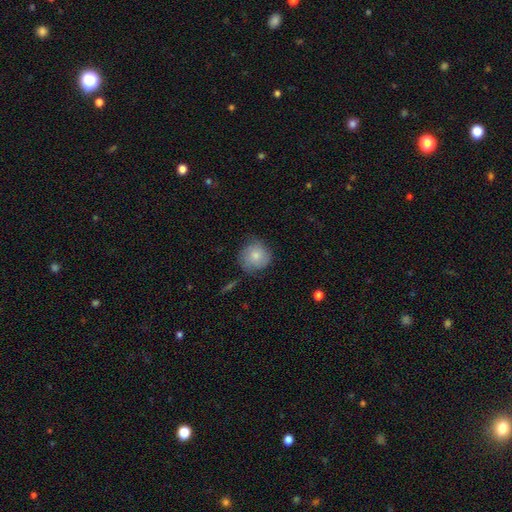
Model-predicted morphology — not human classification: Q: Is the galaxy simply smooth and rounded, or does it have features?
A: smooth — 70%.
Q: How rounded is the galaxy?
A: round — 90%.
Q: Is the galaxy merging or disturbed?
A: none — 70%.